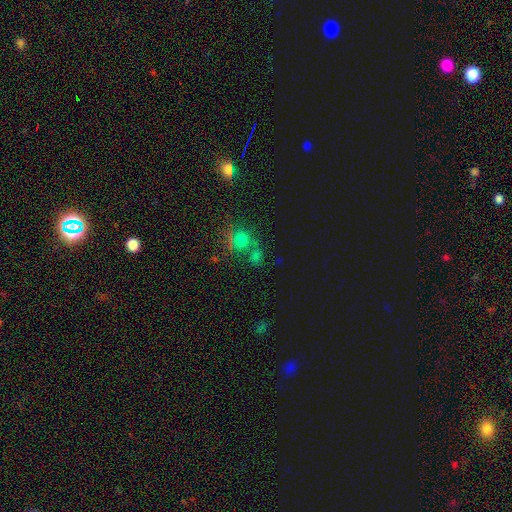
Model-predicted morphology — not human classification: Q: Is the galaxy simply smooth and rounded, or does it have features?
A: star or artifact — 48%.